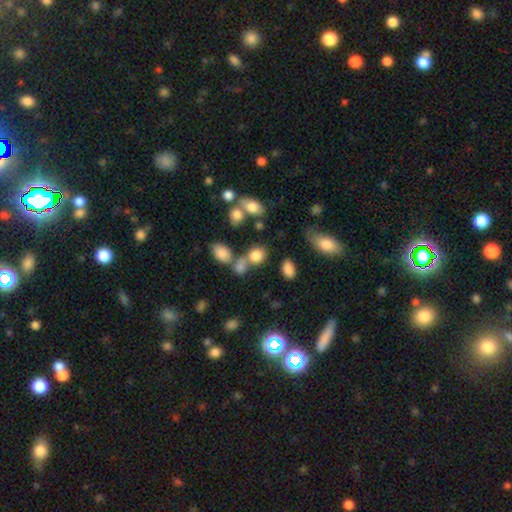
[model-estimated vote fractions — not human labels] This is likely a smooth galaxy (77%). How rounded: possibly round (56%). Merging: possibly none (46%).